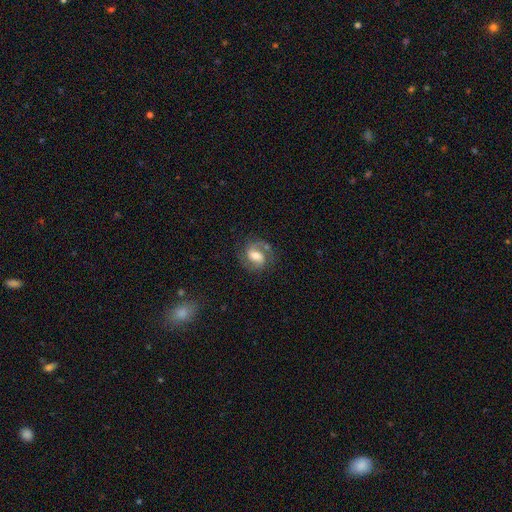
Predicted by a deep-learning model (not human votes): featured or disk 76%, smooth 17%, star or artifact 7%. Down the decision tree: edge-on disk — no (98%); bar — weak (48%); spiral arms — yes (94%); spiral arm count — 2 (86%); spiral winding — medium (54%); bulge size — moderate (57%); merging — none (72%).